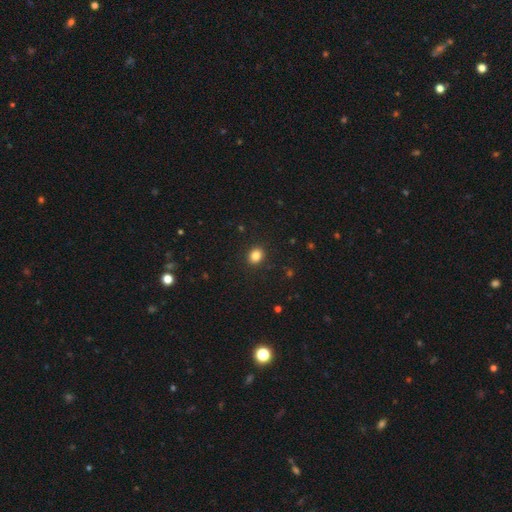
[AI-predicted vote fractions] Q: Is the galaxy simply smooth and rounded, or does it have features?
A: smooth — 85%.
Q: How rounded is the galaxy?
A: round — 63%.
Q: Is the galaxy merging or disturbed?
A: none — 90%.